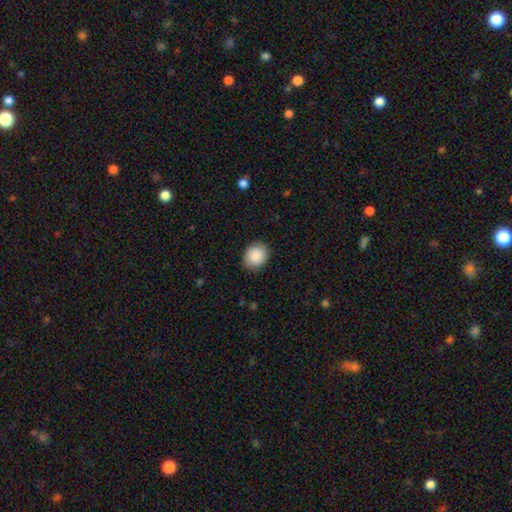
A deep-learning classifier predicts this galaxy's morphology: smooth 88%, star or artifact 7%, featured or disk 5%. Down the decision tree: how rounded — round (65%); merging — none (88%).